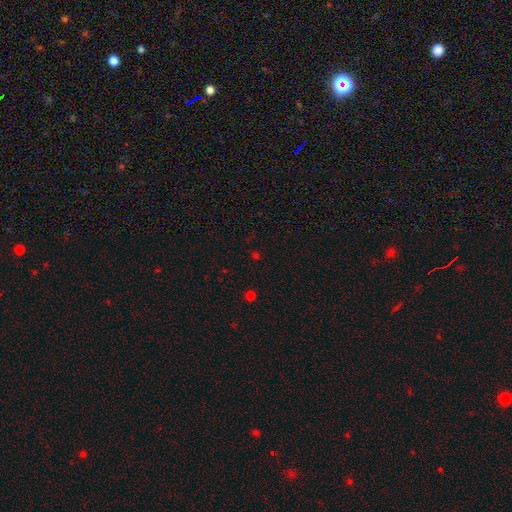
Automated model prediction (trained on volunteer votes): A star or artifact, not a galaxy (52%).

Vote fractions:
- Smooth or featured? star or artifact: 52% / smooth: 41% / featured or disk: 6%